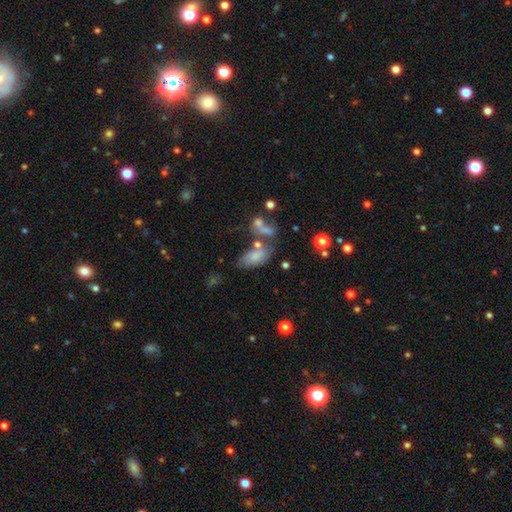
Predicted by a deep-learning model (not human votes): smooth_or_featured: smooth (p=0.71) [alt: featured or disk p=0.18]
how_rounded: in between (p=0.90) [alt: cigar-shaped p=0.05]
merging: none (p=0.38) [alt: merger p=0.31]